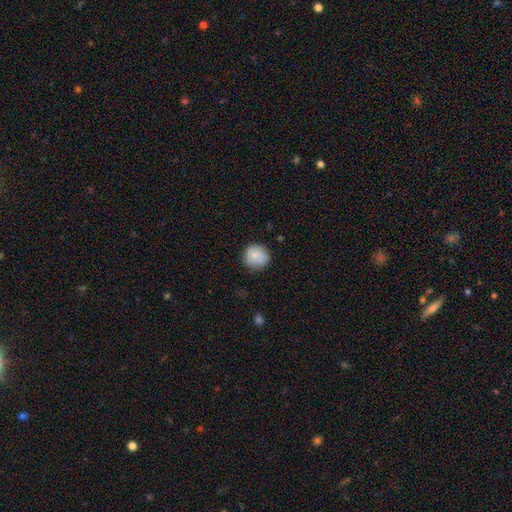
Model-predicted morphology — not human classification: A smooth galaxy with no disk features (85%) that is round (92%).

Vote fractions:
- Smooth or featured? smooth: 85% / featured or disk: 8% / star or artifact: 7%
- How rounded? round: 92% / in between: 7% / cigar-shaped: 1%
- Merging? none: 84% / minor disturbance: 13% / major disturbance: 3% / merger: 1%